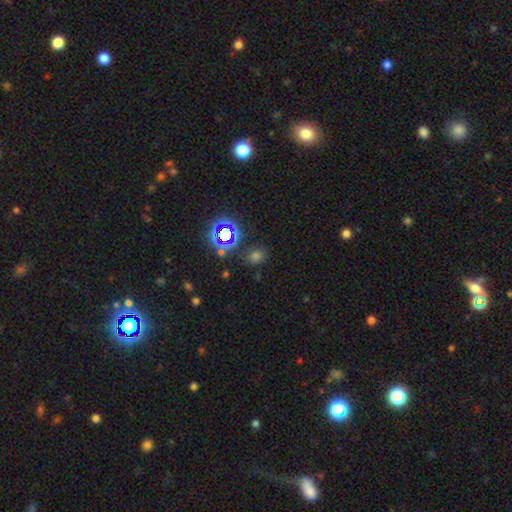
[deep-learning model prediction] smooth 54%, star or artifact 39%, featured or disk 6%. Down the decision tree: how rounded — round (71%); merging — none (81%).